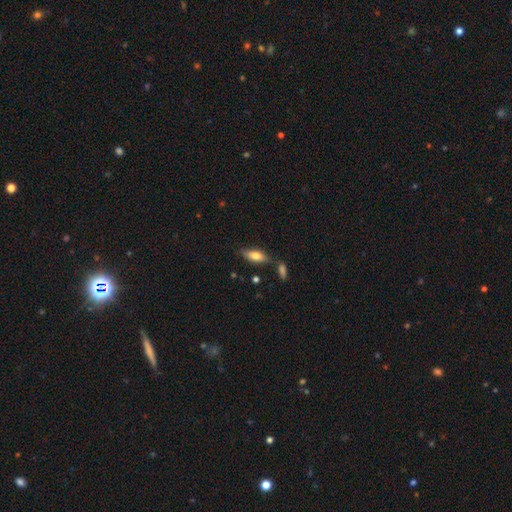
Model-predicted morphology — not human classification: This is likely a smooth galaxy (68%). How rounded: likely in between (68%). Merging: likely none (70%).